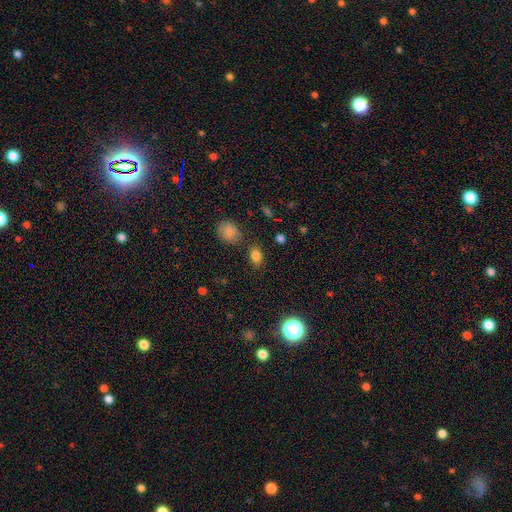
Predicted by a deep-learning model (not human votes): Morphology: type=smooth (82%); roundness=in between (75%); merging=none (78%).